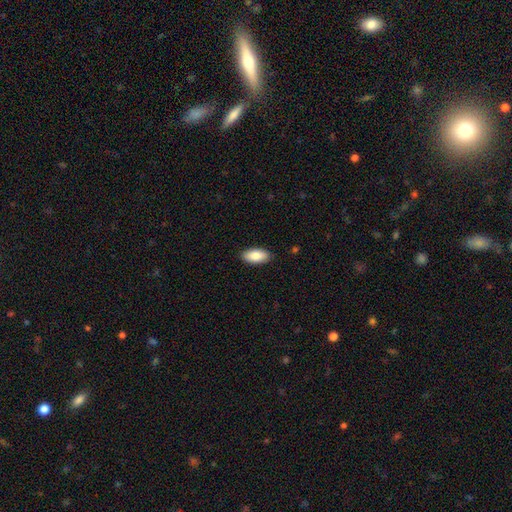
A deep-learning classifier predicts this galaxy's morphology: Smooth or featured? Predicted: smooth (p=0.86). How rounded? Predicted: in between (p=0.92). Merging? Predicted: none (p=0.88).